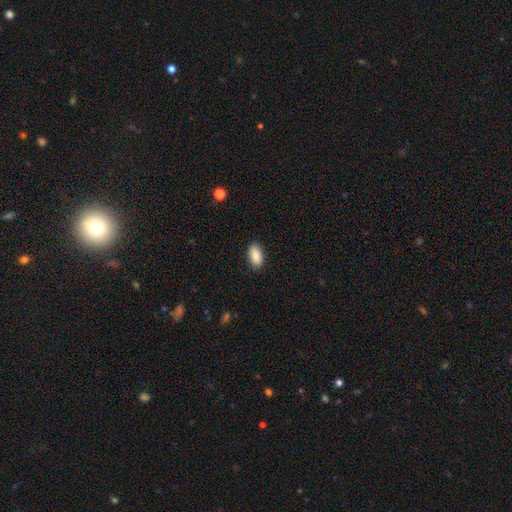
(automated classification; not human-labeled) Smooth or featured? Predicted: smooth (p=0.88). How rounded? Predicted: in between (p=0.93). Merging? Predicted: none (p=0.88).